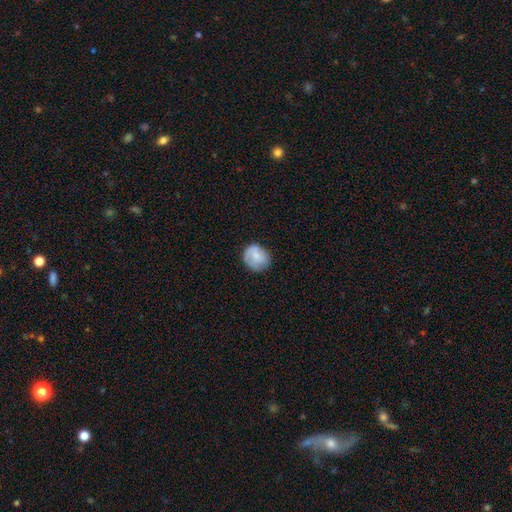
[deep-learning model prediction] Morphology: type=smooth (72%); roundness=round (76%); merging=none (69%).